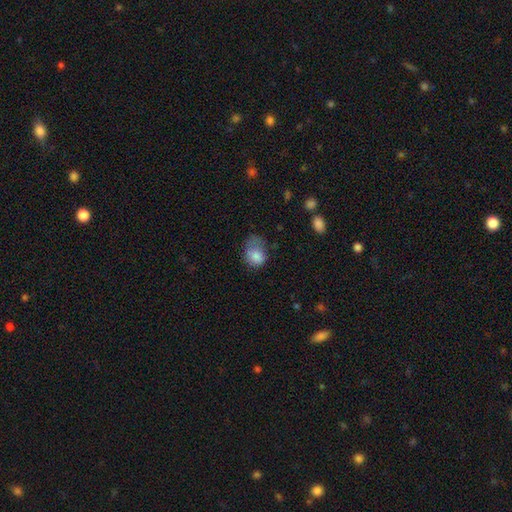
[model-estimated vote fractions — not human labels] Q: Smooth or featured?
A: smooth (78%); runner-up: featured or disk (13%)
Q: How rounded?
A: in between (59%); runner-up: round (40%)
Q: Merging?
A: major disturbance (38%); runner-up: minor disturbance (32%)